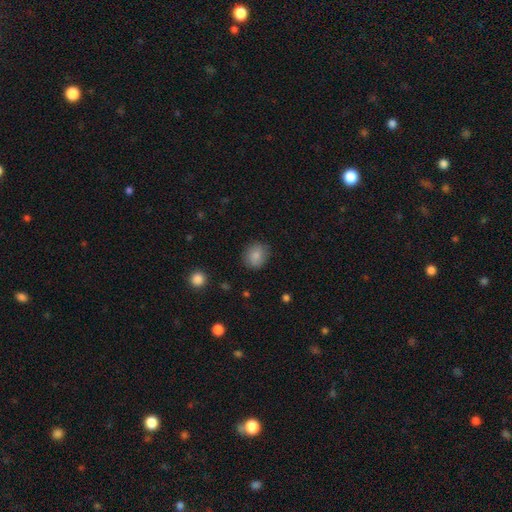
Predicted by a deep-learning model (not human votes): Smooth or featured: smooth — 84% (star or artifact — 9%)
How rounded: round — 69% (in between — 30%)
Merging: none — 84% (minor disturbance — 11%)